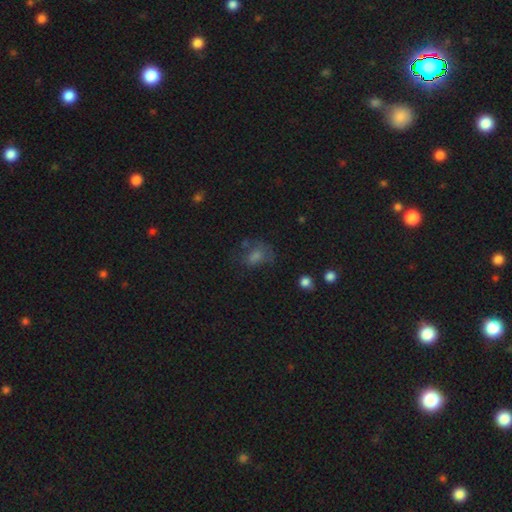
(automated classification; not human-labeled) Smooth or featured? Predicted: smooth (p=0.52). How rounded? Predicted: in between (p=0.59). Merging? Predicted: none (p=0.49).